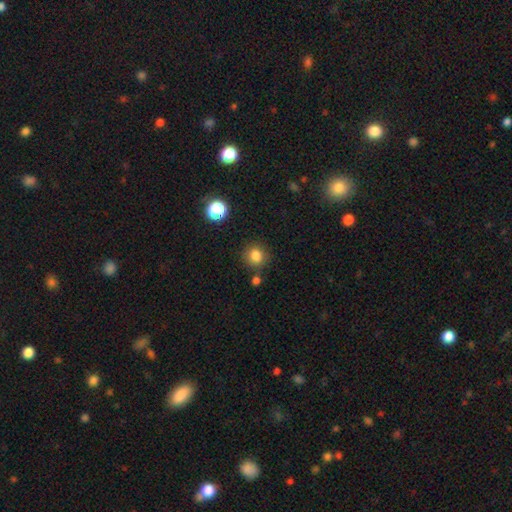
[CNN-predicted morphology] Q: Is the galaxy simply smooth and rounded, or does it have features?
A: smooth — 83%.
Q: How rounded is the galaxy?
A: round — 84%.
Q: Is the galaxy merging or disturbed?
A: none — 82%.